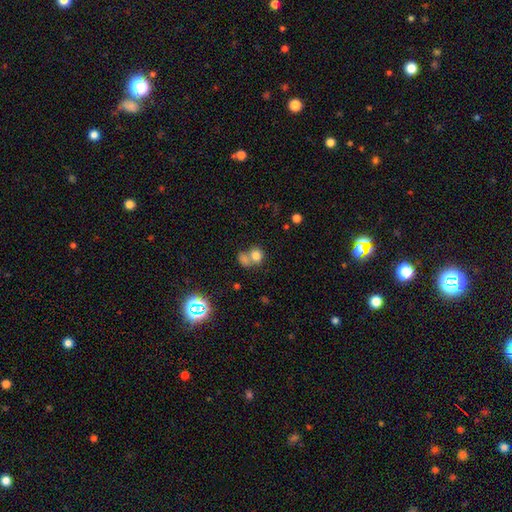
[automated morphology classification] A smooth galaxy with no disk features (76%) that is round (74%).

Vote fractions:
- Smooth or featured? smooth: 76% / star or artifact: 13% / featured or disk: 11%
- How rounded? round: 74% / in between: 25% / cigar-shaped: 1%
- Merging? merger: 49% / none: 36% / minor disturbance: 9% / major disturbance: 6%